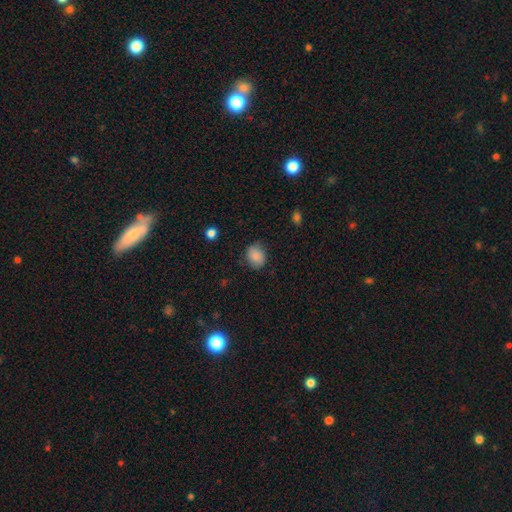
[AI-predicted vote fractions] Overall: smooth (84%). How rounded: round (57%; in between 42%). Merging: none (77%).